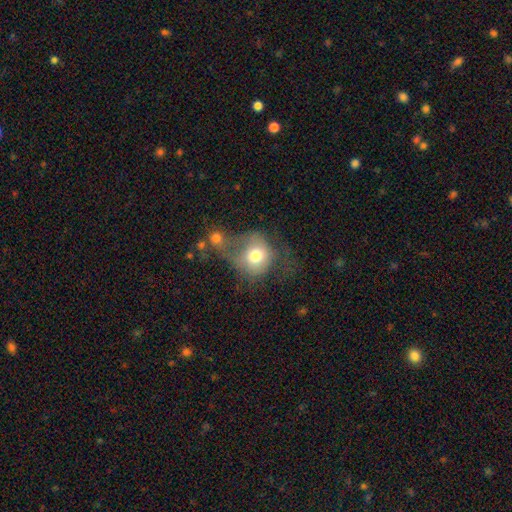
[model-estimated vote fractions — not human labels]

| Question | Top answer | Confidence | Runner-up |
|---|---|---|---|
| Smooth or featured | smooth | 67% | featured or disk (24%) |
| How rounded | round | 74% | in between (25%) |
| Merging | major disturbance | 34% | merger (31%) |